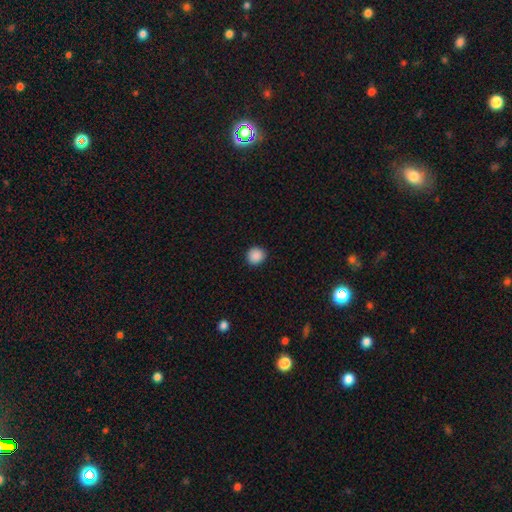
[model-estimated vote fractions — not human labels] Q: Smooth or featured?
A: smooth (89%); runner-up: star or artifact (9%)
Q: How rounded?
A: round (90%); runner-up: in between (9%)
Q: Merging?
A: none (91%); runner-up: minor disturbance (6%)